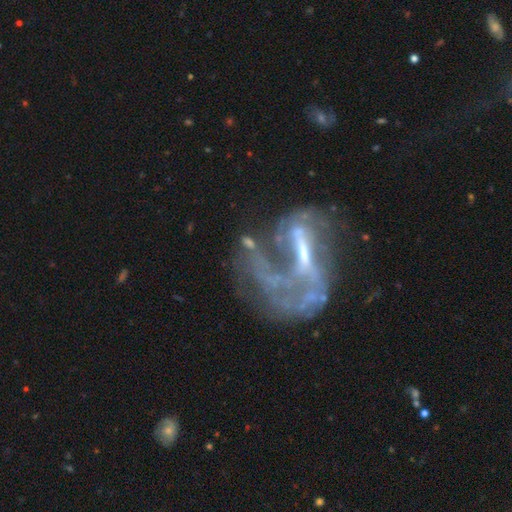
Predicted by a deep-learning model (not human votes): Smooth or featured? Predicted: featured or disk (p=0.79). Edge-on disk? Predicted: no (p=0.96). Bar? Predicted: strong (p=0.41). Spiral arms? Predicted: yes (p=0.63). Bulge size? Predicted: small (p=0.39). Merging? Predicted: major disturbance (p=0.46).